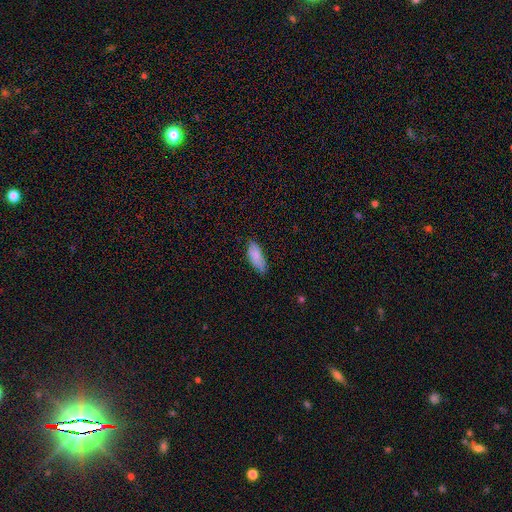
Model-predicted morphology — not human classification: Overall: smooth (83%). How rounded: in between (81%). Merging: none (69%).